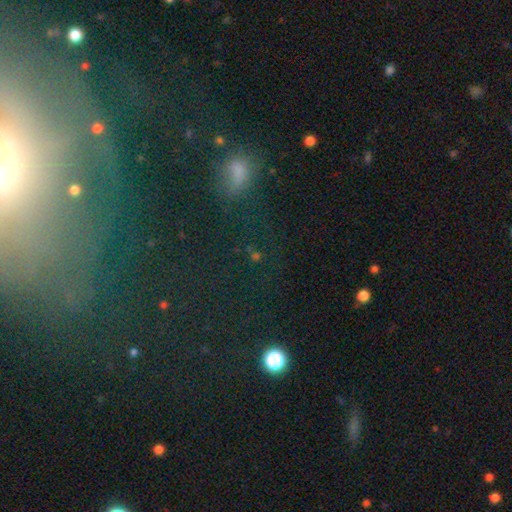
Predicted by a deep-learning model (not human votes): Overall: star or artifact (46%; smooth 34%).